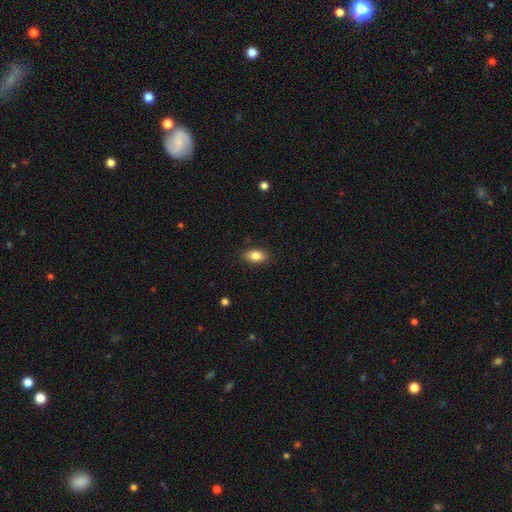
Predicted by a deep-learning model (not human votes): This is clearly a smooth galaxy (83%). How rounded: clearly in between (89%). Merging: clearly none (87%).